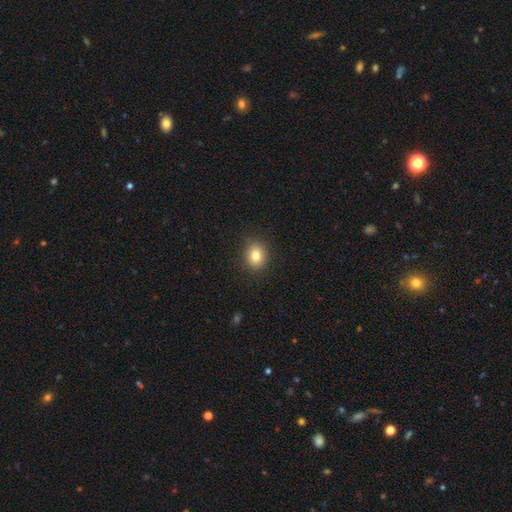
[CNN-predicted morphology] A smooth galaxy with no disk features (82%) that is round (61%).

Vote fractions:
- Smooth or featured? smooth: 82% / star or artifact: 11% / featured or disk: 7%
- How rounded? round: 61% / in between: 38% / cigar-shaped: 1%
- Merging? none: 88% / minor disturbance: 8% / major disturbance: 2% / merger: 1%